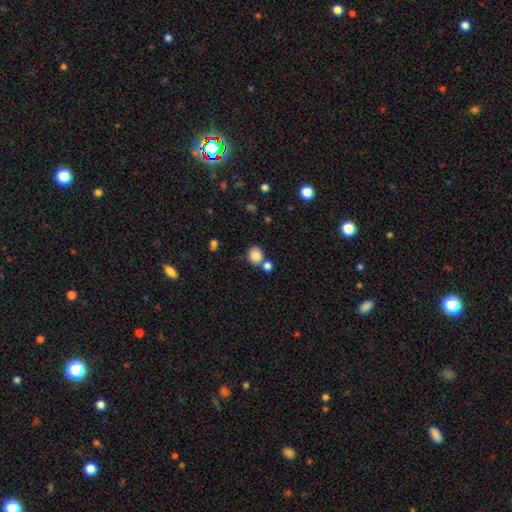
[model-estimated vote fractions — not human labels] smooth 85%, star or artifact 9%, featured or disk 5%. Down the decision tree: how rounded — round (73%); merging — none (61%).